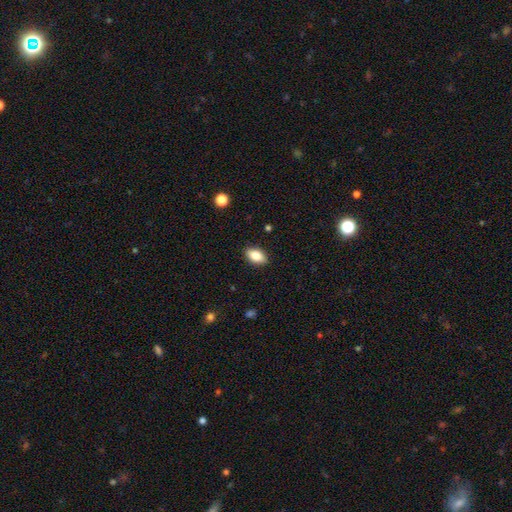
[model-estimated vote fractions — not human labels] Smooth or featured: smooth — 86% (star or artifact — 7%)
How rounded: in between — 91% (round — 6%)
Merging: none — 89% (minor disturbance — 8%)